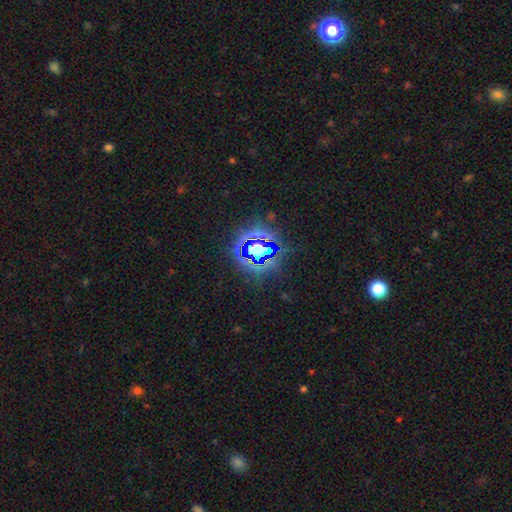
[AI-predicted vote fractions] This is likely a star or artifact rather than a galaxy (73%).